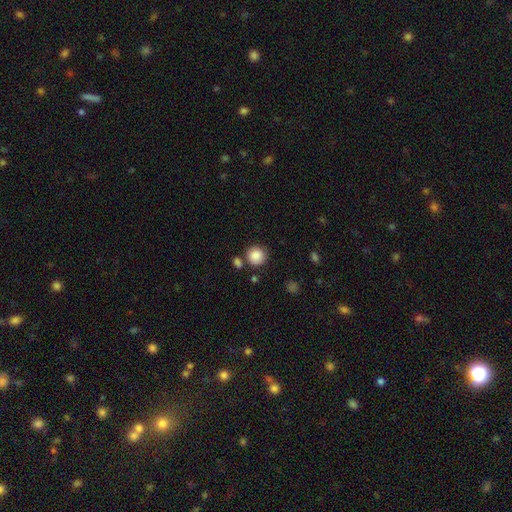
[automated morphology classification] smooth_or_featured: smooth (p=0.87) [alt: star or artifact p=0.09]
how_rounded: round (p=0.90) [alt: in between p=0.09]
merging: none (p=0.75) [alt: minor disturbance p=0.12]